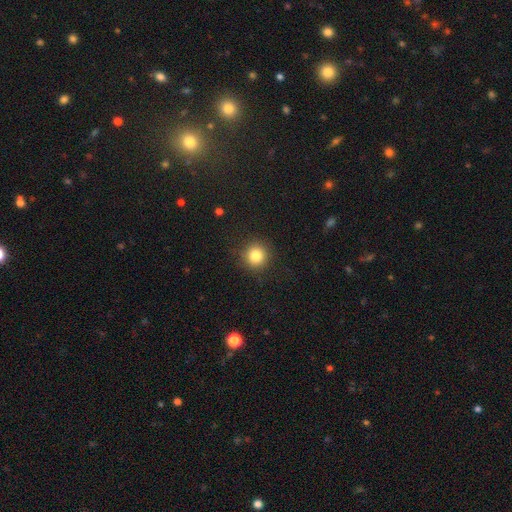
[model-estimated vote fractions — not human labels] smooth 82%, star or artifact 12%, featured or disk 6%. Down the decision tree: how rounded — round (94%); merging — none (90%).